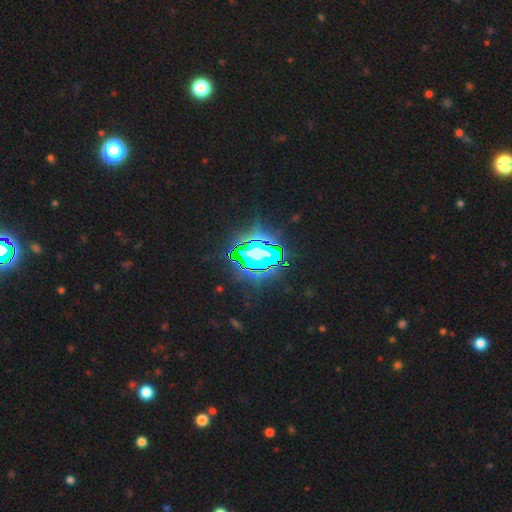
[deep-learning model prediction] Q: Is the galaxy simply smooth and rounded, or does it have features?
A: star or artifact — 78%.